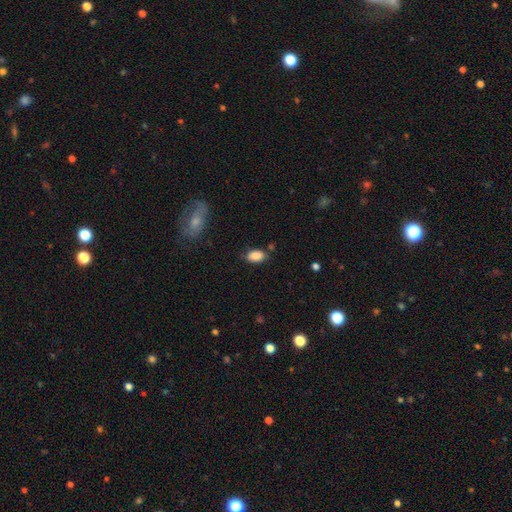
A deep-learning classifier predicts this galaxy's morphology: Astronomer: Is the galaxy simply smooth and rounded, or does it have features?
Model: smooth — 87%.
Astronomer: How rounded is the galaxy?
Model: in between — 91%.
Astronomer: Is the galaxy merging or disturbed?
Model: none — 78%.